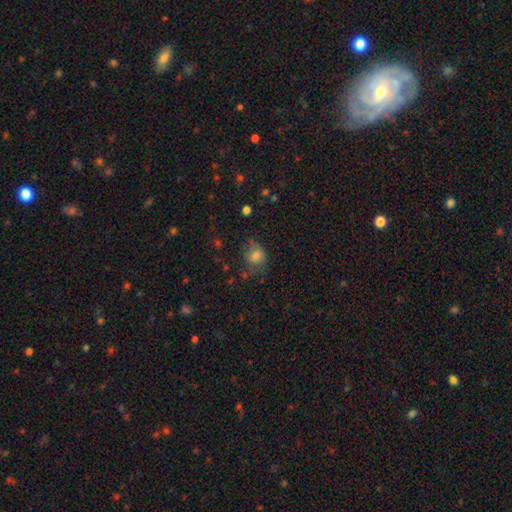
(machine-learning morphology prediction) Smooth or featured: smooth — 71% (featured or disk — 15%)
How rounded: round — 63% (in between — 36%)
Merging: none — 53% (minor disturbance — 27%)